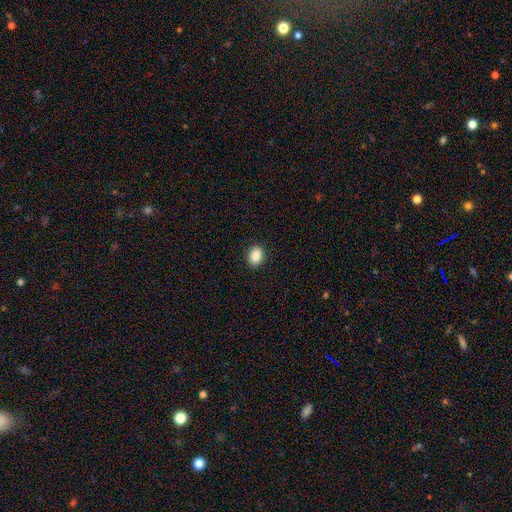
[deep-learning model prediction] Morphology: type=smooth (87%); roundness=in between (67%); merging=none (89%).